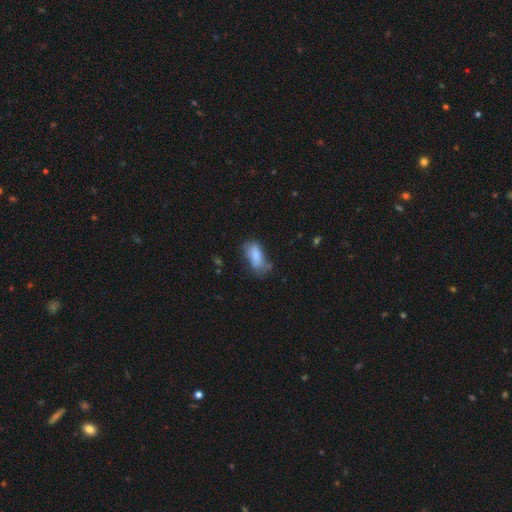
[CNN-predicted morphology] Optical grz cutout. It shows a smooth galaxy with no disk features (79%) that is in between round and cigar-shaped (87%). Merging: none (50%).